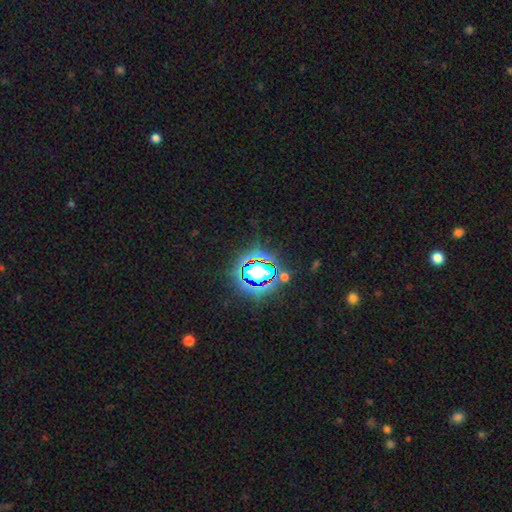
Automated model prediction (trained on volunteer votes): smooth-or-featured: star or artifact: 82% | smooth: 11% | featured or disk: 7%